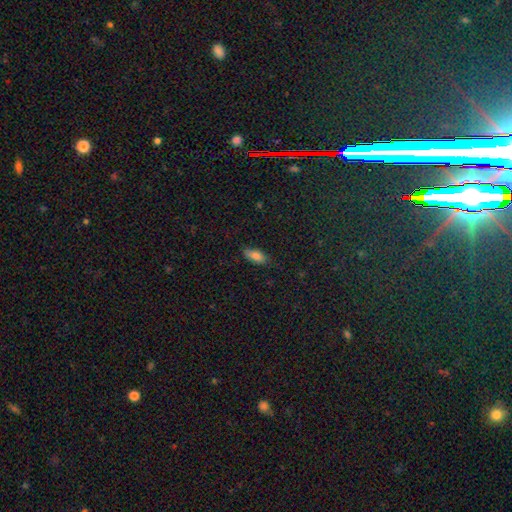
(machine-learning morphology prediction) This appears to be a smooth galaxy with no disk features (81%) that is in between round and cigar-shaped (83%). Merging: none (78%).